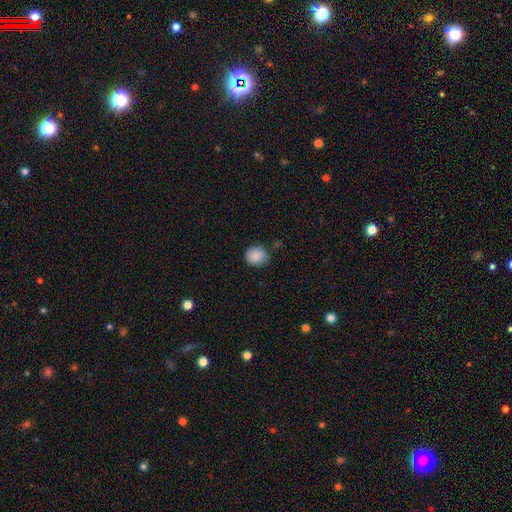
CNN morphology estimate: smooth 87%, star or artifact 8%, featured or disk 5%. Down the decision tree: how rounded — round (82%); merging — none (77%).